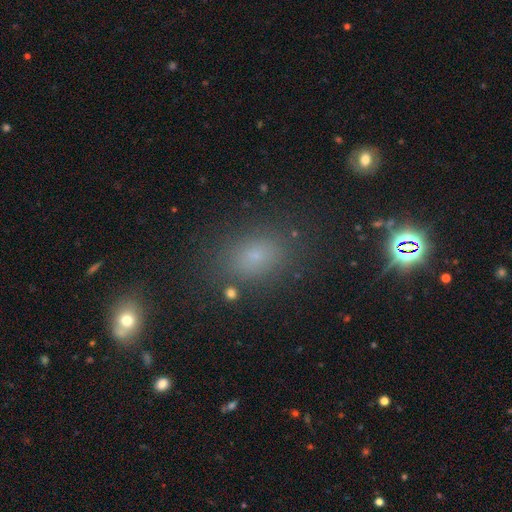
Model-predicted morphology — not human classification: type=smooth (67%); roundness=in between (71%); merging=none (81%).